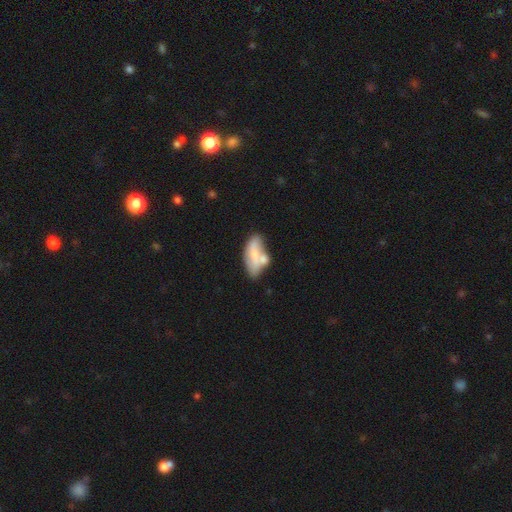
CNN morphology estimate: smooth_or_featured: smooth (p=0.61) [alt: featured or disk p=0.32]
how_rounded: in between (p=0.84) [alt: cigar-shaped p=0.12]
merging: merger (p=0.42) [alt: none p=0.30]